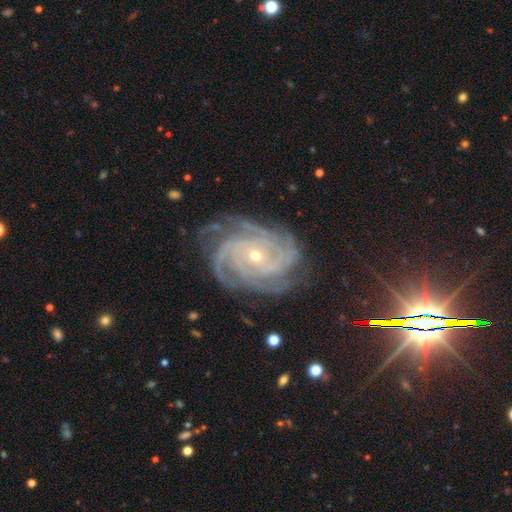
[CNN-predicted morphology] A featured or disk galaxy (91%) with no bar (74%), 4 (33%) tight (75%) spiral arms (98%) and a small central bulge (70%).

Vote fractions:
- Smooth or featured? featured or disk: 91% / star or artifact: 6% / smooth: 3%
- Edge-on disk? no: 97% / yes: 3%
- Bar? no: 74% / weak: 19% / strong: 7%
- Spiral arms? yes: 98% / no: 2%
- Spiral winding? tight: 75% / medium: 22% / loose: 3%
- Spiral arm count? 4: 33% / 3: 23% / can't tell: 14% / more than 4: 14% / 2: 10% / 1: 7%
- Bulge size? small: 70% / moderate: 28% / large: 1% / none: 1% / dominant: 1%
- Merging? none: 74% / minor disturbance: 18% / major disturbance: 7% / merger: 1%